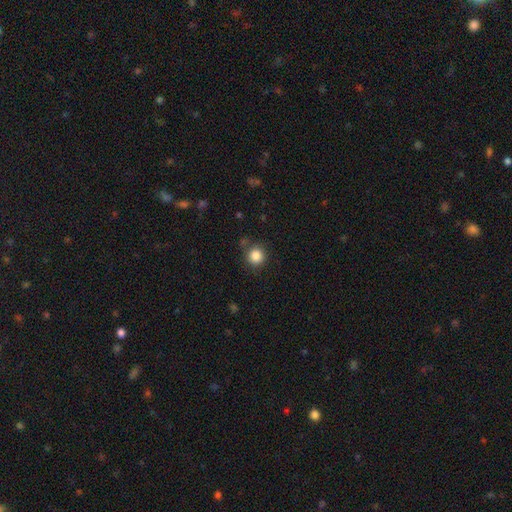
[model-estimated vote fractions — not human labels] smooth 85%, star or artifact 11%, featured or disk 4%. Down the decision tree: how rounded — round (92%); merging — none (82%).